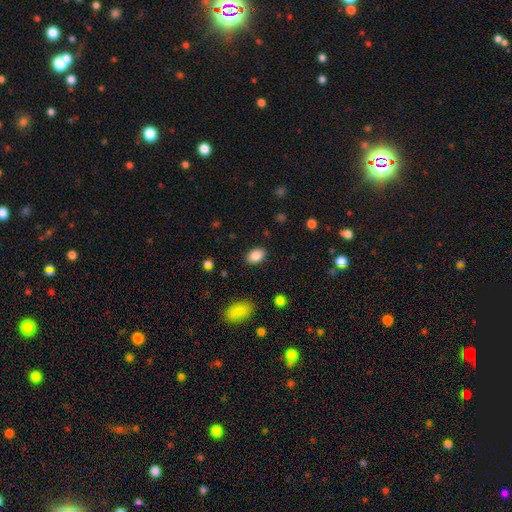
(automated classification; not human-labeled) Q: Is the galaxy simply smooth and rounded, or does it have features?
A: smooth — 86%.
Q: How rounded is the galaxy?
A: in between — 84%.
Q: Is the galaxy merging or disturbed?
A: none — 87%.